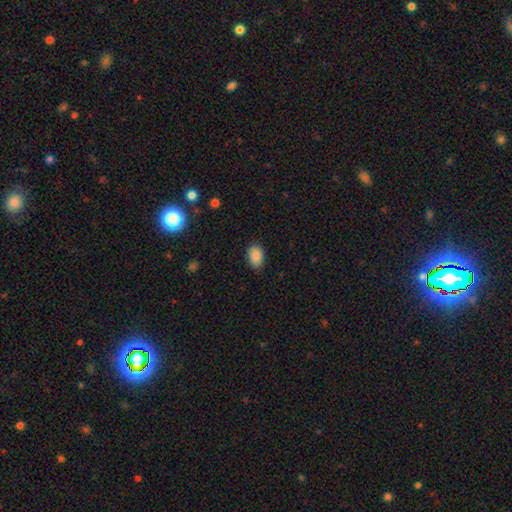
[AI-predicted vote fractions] smooth-or-featured: smooth: 87% | star or artifact: 9% | featured or disk: 4%
  how-rounded: in between: 85% | round: 14% | cigar-shaped: 1%
  merging: none: 80% | minor disturbance: 16% | major disturbance: 3% | merger: 1%